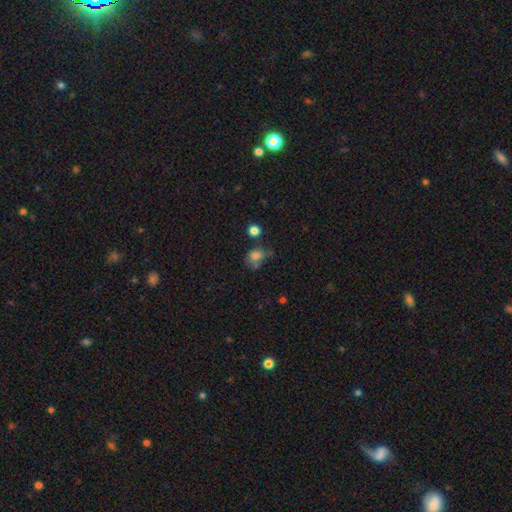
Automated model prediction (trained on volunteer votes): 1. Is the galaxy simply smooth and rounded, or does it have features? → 75% smooth, 14% star or artifact, 11% featured or disk.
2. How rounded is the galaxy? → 54% in between, 45% round, 1% cigar-shaped.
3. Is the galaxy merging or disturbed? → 44% none, 26% minor disturbance, 15% merger, 15% major disturbance.